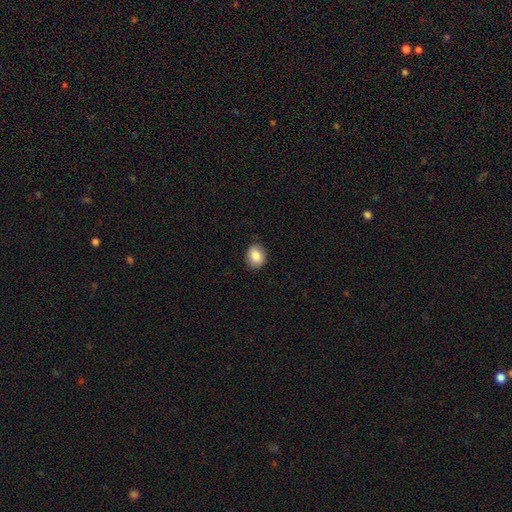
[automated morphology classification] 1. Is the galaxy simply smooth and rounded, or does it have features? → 85% smooth, 8% star or artifact, 7% featured or disk.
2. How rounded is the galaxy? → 52% in between, 47% round, 1% cigar-shaped.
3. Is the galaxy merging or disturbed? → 84% none, 12% minor disturbance, 3% major disturbance, 1% merger.